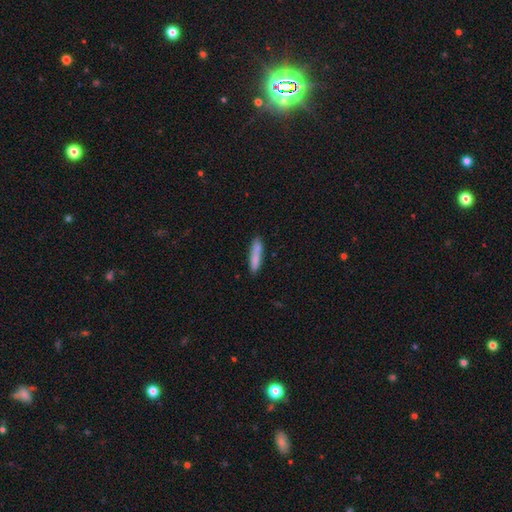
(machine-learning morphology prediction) Smooth or featured? Predicted: smooth (p=0.81). How rounded? Predicted: cigar-shaped (p=0.84). Merging? Predicted: none (p=0.78).